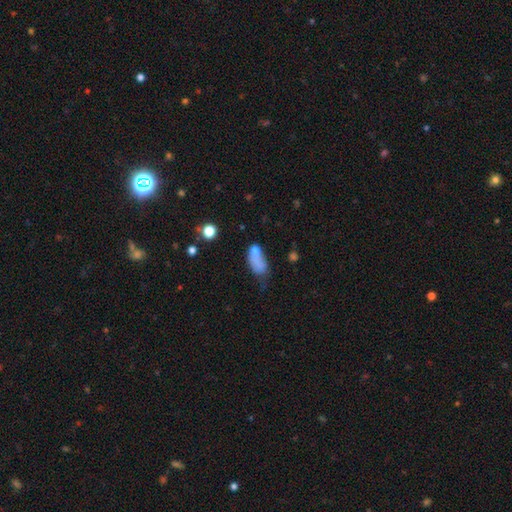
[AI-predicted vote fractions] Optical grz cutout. It shows a smooth galaxy with no disk features (72%) that is in between round and cigar-shaped (85%). Merging: major disturbance (28%).